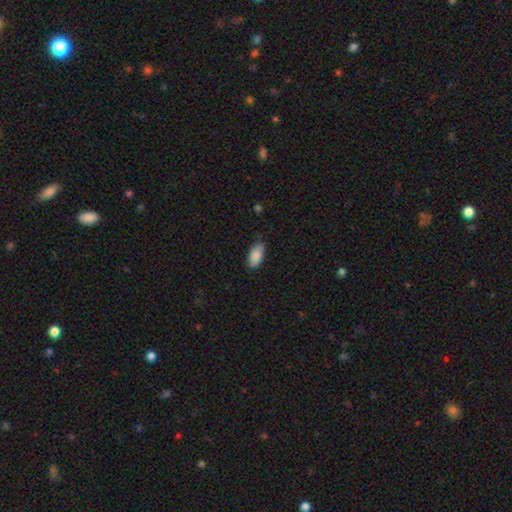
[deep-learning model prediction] The model was most divided on "merging": none: 79%, minor disturbance: 17%, major disturbance: 3%, merger: 1%. More confident: how rounded — in between (93%); smooth or featured — smooth (87%).